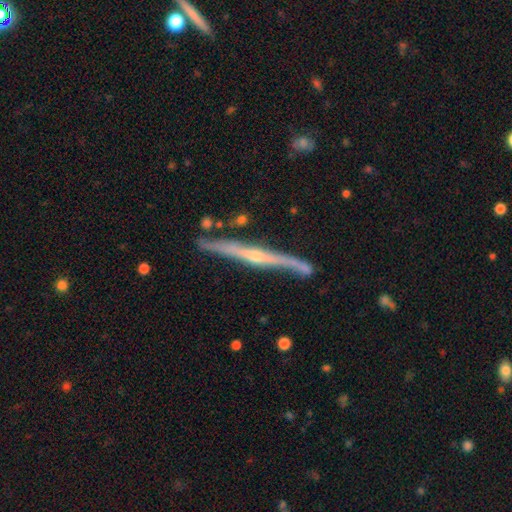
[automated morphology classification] The model was most divided on "edge-on bulge": rounded: 75%, none: 19%, boxy: 5%. More confident: edge-on disk — yes (97%); smooth or featured — featured or disk (82%); merging — none (81%).